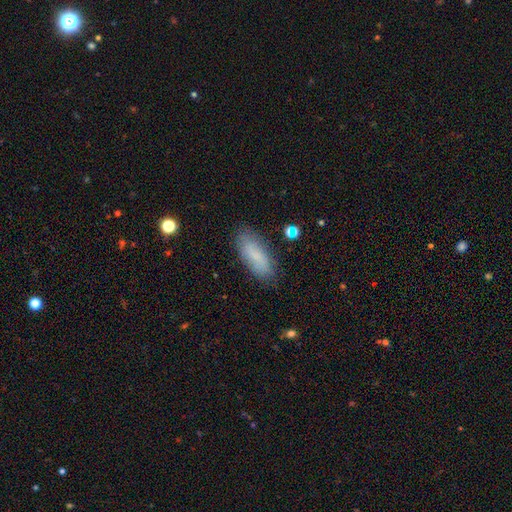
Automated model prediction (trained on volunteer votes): A smooth galaxy with no disk features (78%) that is in between round and cigar-shaped (74%). Merging: none (80%).